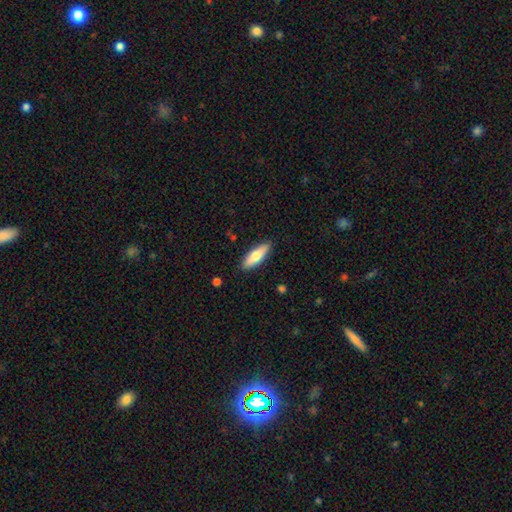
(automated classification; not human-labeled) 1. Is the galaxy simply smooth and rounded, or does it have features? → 68% smooth, 27% featured or disk, 6% star or artifact.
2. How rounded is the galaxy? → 50% in between, 48% cigar-shaped, 2% round.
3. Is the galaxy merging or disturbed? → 88% none, 9% minor disturbance, 2% major disturbance, 1% merger.